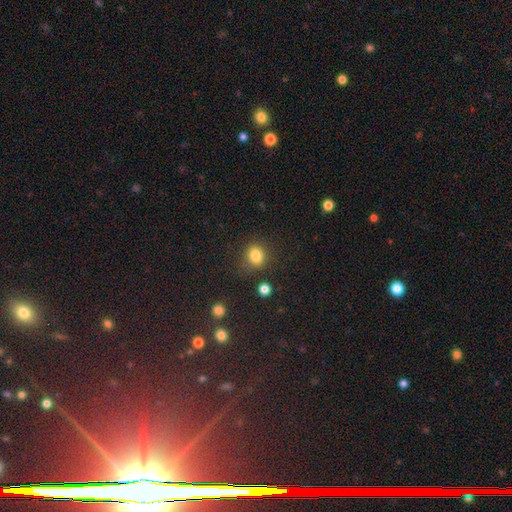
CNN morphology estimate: Smooth or featured: smooth — 83% (star or artifact — 12%)
How rounded: round — 71% (in between — 28%)
Merging: none — 80% (minor disturbance — 12%)